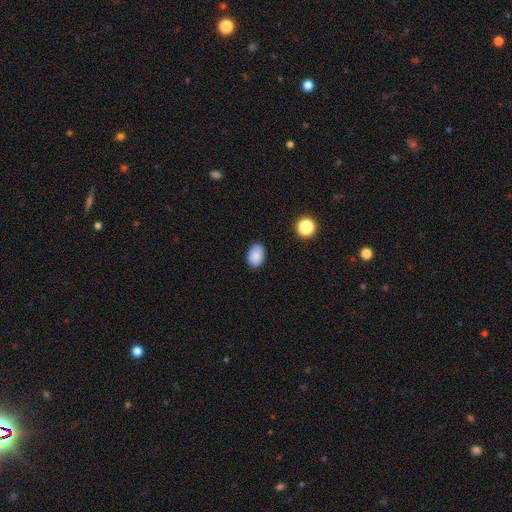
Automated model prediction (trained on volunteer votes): Smooth or featured? Predicted: smooth (p=0.87). How rounded? Predicted: in between (p=0.82). Merging? Predicted: none (p=0.84).